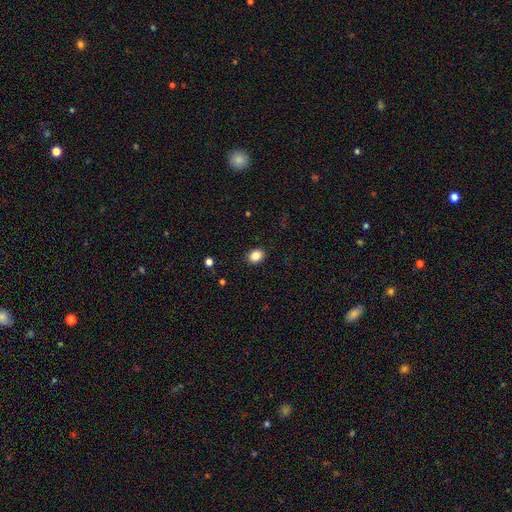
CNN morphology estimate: A smooth galaxy with no disk features (85%) that is round (51%). Merging: none (90%).